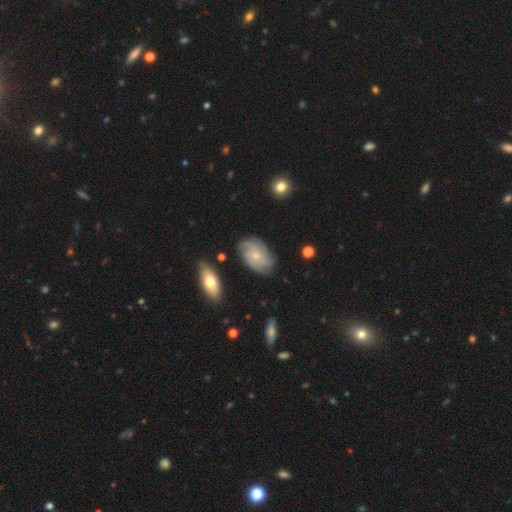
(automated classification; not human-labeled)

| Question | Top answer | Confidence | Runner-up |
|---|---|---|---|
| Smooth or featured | featured or disk | 72% | smooth (20%) |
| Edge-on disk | no | 97% | yes (3%) |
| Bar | no | 78% | weak (20%) |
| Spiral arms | yes | 93% | no (7%) |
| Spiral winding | tight | 52% | medium (36%) |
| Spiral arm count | can't tell | 30% | 3 (23%) |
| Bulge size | small | 74% | moderate (21%) |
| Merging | none | 75% | minor disturbance (18%) |